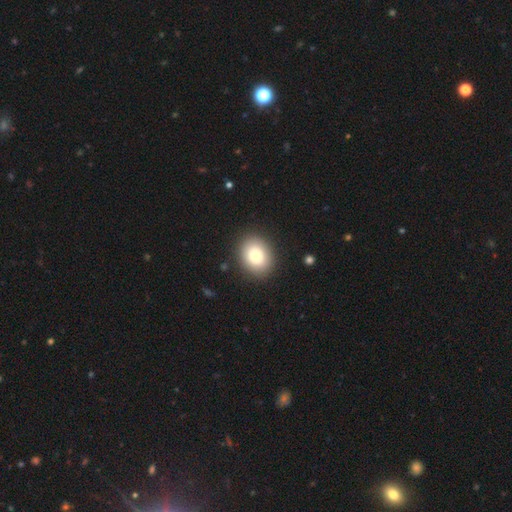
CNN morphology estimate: smooth_or_featured: smooth (p=0.75) [alt: featured or disk p=0.17]
how_rounded: round (p=0.56) [alt: in between p=0.43]
merging: none (p=0.87) [alt: minor disturbance p=0.08]